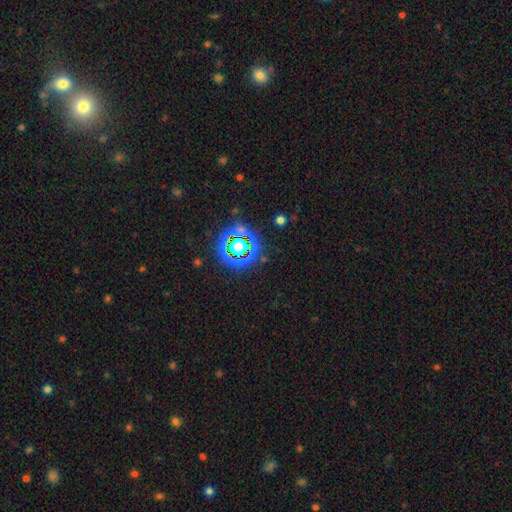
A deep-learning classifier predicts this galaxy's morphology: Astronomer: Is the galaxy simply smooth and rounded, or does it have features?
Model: star or artifact — 79%.